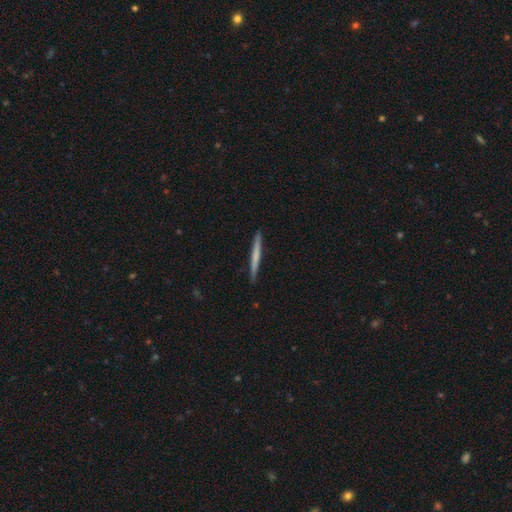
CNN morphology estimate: smooth 58%, featured or disk 37%, star or artifact 5%. Down the decision tree: how rounded — cigar-shaped (97%); merging — none (91%).